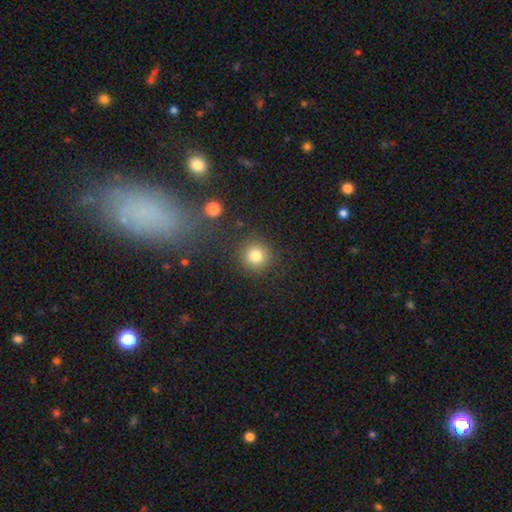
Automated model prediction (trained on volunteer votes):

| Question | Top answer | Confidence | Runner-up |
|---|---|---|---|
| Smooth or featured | smooth | 82% | star or artifact (12%) |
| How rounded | round | 93% | in between (6%) |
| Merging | none | 87% | minor disturbance (7%) |